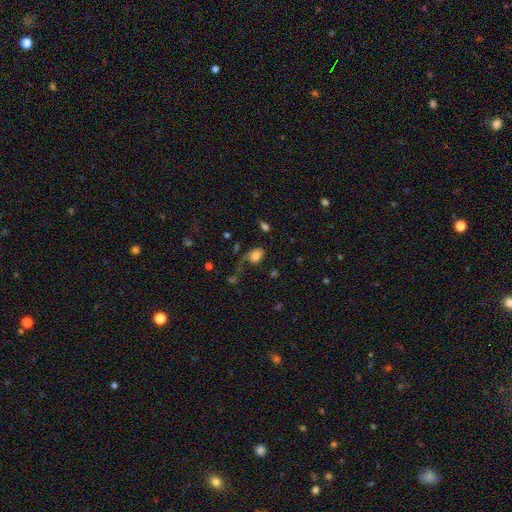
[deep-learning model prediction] Smooth or featured: smooth — 75% (featured or disk — 15%)
How rounded: in between — 70% (round — 29%)
Merging: none — 39% (major disturbance — 32%)